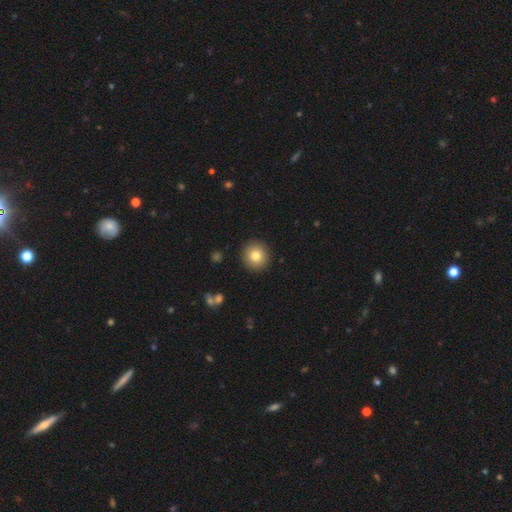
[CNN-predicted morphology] This is likely a smooth galaxy (79%). How rounded: clearly round (94%). Merging: clearly none (91%).